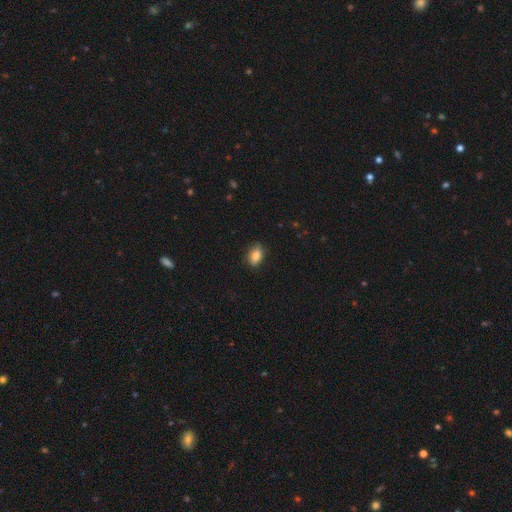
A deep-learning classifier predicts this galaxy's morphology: Smooth or featured?
  - smooth: 84% *
  - star or artifact: 8%
  - featured or disk: 7%
How rounded?
  - in between: 84% *
  - round: 14%
  - cigar-shaped: 2%
Merging?
  - none: 83% *
  - minor disturbance: 13%
  - major disturbance: 2%
  - merger: 1%